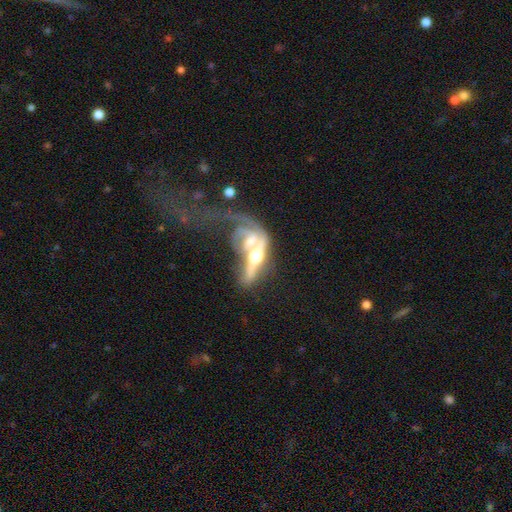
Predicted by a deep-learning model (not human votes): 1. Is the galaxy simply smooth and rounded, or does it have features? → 70% featured or disk, 22% smooth, 8% star or artifact.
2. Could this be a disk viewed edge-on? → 58% no, 42% yes.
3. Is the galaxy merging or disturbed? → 63% merger, 22% major disturbance, 9% none, 6% minor disturbance.